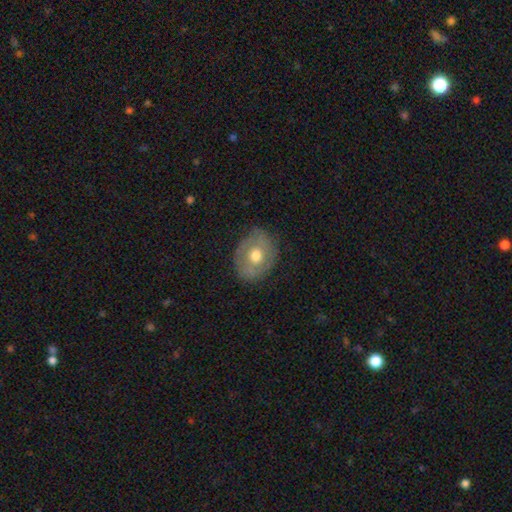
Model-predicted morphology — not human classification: type=smooth (53%); roundness=round (51%); merging=none (74%).